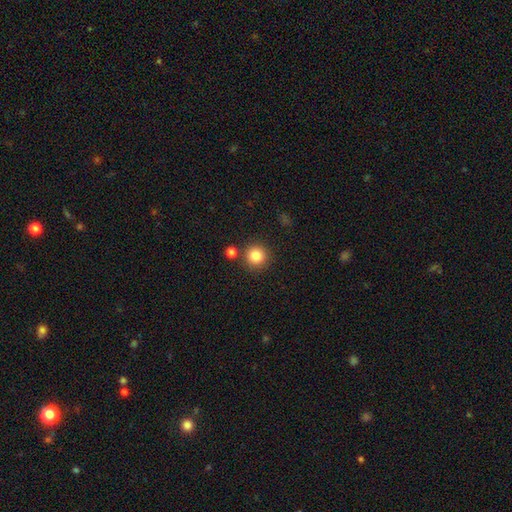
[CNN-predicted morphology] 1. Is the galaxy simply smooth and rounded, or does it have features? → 84% smooth, 11% star or artifact, 5% featured or disk.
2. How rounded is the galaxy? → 94% round, 5% in between, 1% cigar-shaped.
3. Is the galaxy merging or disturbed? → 84% none, 7% minor disturbance, 7% merger, 2% major disturbance.